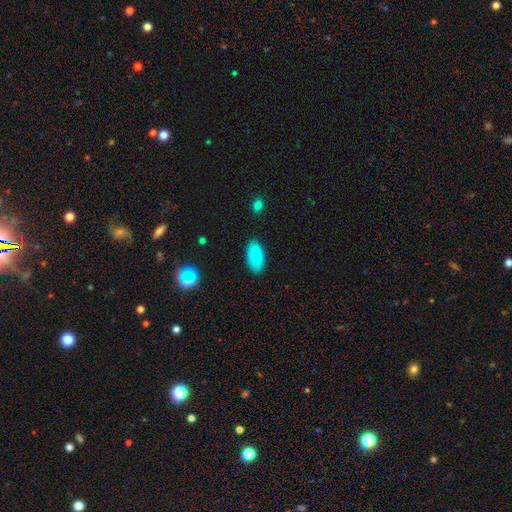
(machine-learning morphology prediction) smooth_or_featured: smooth (p=0.88) [alt: star or artifact p=0.08]
how_rounded: in between (p=0.95) [alt: cigar-shaped p=0.03]
merging: none (p=0.87) [alt: minor disturbance p=0.09]